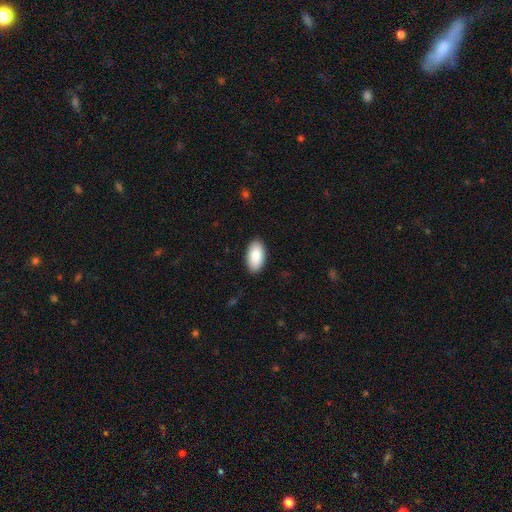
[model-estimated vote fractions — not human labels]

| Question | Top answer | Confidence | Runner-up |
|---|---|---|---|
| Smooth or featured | smooth | 89% | featured or disk (6%) |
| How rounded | in between | 96% | cigar-shaped (2%) |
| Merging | none | 89% | minor disturbance (8%) |